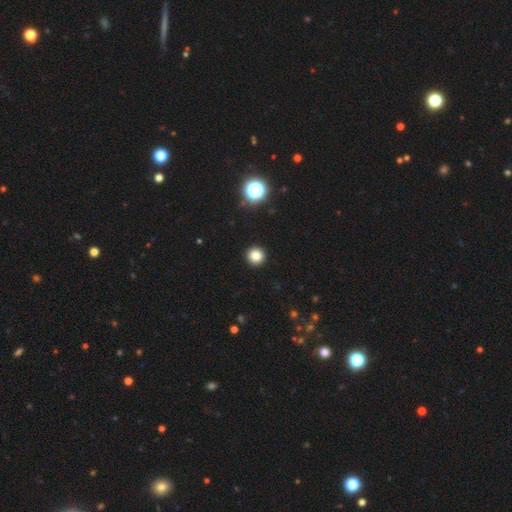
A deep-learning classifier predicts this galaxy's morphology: Smooth or featured? Predicted: smooth (p=0.82). How rounded? Predicted: round (p=0.95). Merging? Predicted: none (p=0.94).